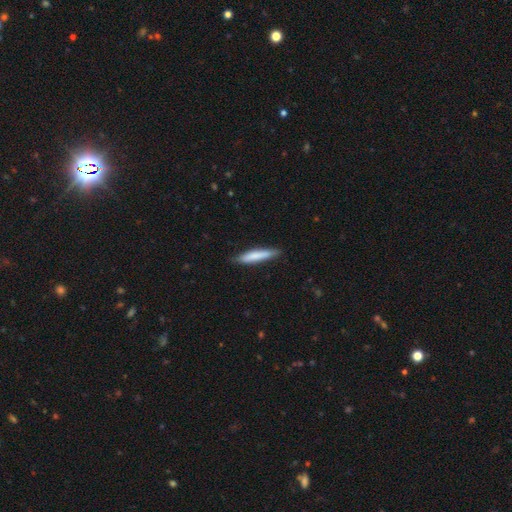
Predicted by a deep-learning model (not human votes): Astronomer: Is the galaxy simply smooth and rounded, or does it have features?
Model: smooth — 76%.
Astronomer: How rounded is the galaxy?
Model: cigar-shaped — 91%.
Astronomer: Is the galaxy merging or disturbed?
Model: none — 83%.